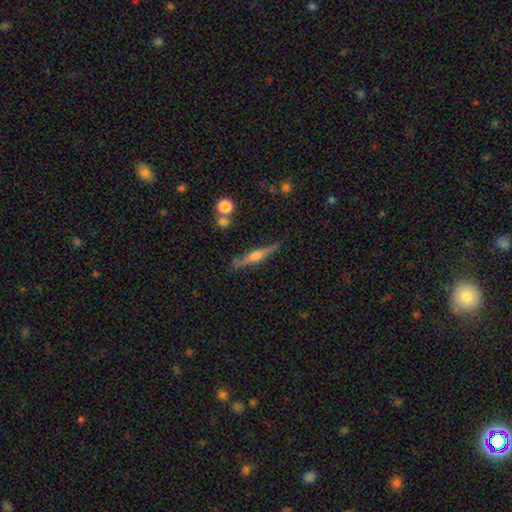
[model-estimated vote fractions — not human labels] Morphology: type=featured or disk (73%); edge-on=yes (97%); edge-on bulge=rounded (88%); merging=none (86%).